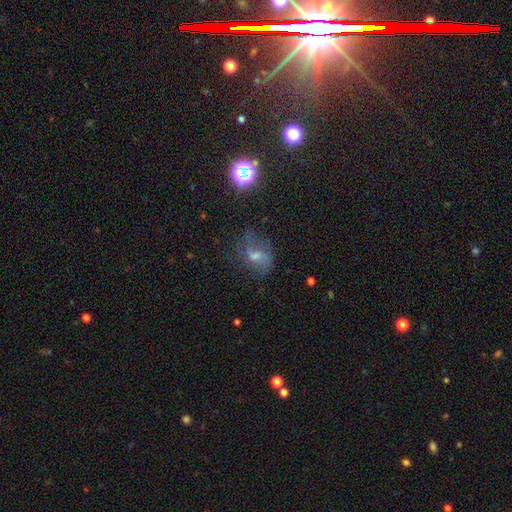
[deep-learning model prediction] smooth-or-featured: featured or disk: 47% | smooth: 29% | star or artifact: 24%
  merging: none: 52% | minor disturbance: 24% | major disturbance: 22% | merger: 3%